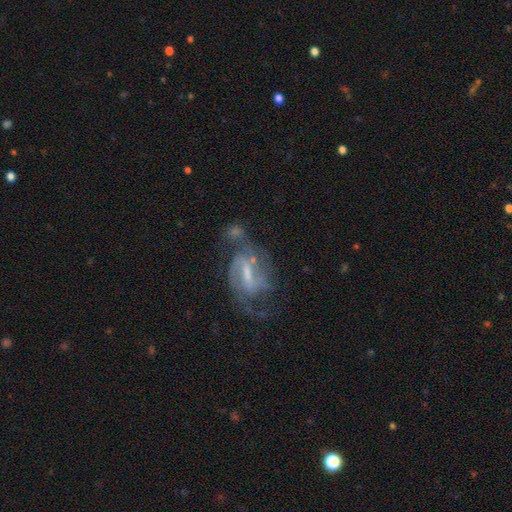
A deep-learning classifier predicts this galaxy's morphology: featured or disk 75%, star or artifact 13%, smooth 11%. Down the decision tree: edge-on disk — no (95%); bar — weak (48%); spiral arms — yes (89%); spiral arm count — 2 (52%); spiral winding — medium (46%); bulge size — small (54%); merging — none (53%).